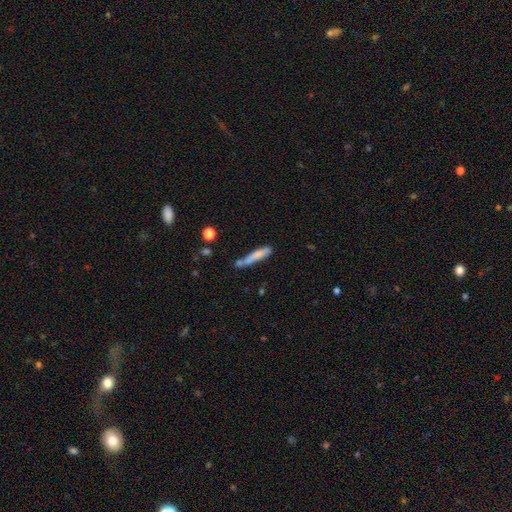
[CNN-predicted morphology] The model was most divided on "merging": none: 58%, minor disturbance: 23%, merger: 12%, major disturbance: 6%. More confident: how rounded — cigar-shaped (91%); smooth or featured — smooth (72%).